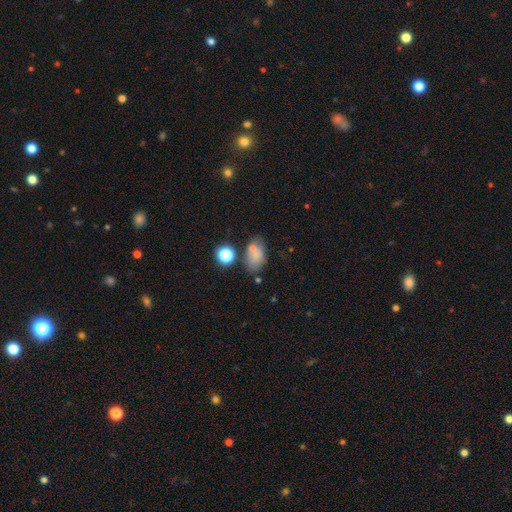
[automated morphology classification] type=smooth (72%); roundness=in between (85%); merging=none (58%).